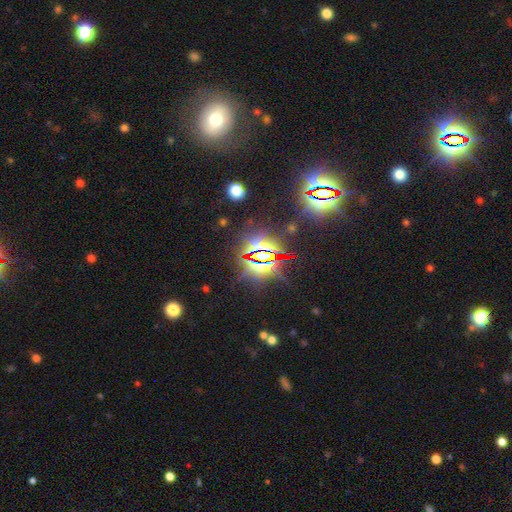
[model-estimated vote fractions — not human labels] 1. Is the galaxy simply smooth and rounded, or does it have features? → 84% star or artifact, 8% smooth, 8% featured or disk.